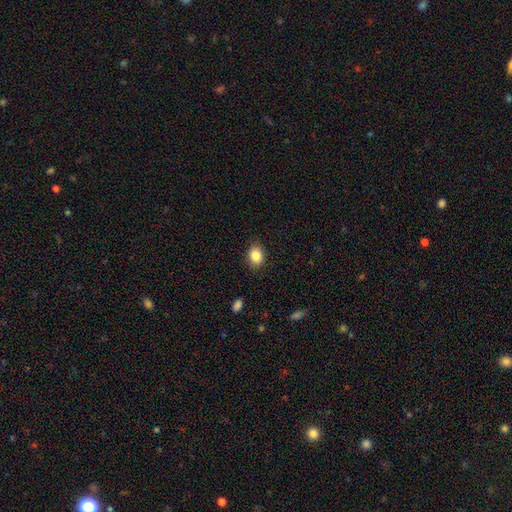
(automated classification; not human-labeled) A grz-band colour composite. It shows a smooth galaxy with no disk features (85%) that is in between round and cigar-shaped (66%). Merging: none (87%).